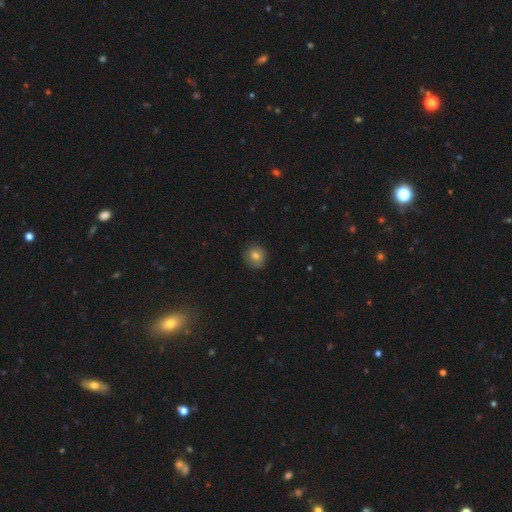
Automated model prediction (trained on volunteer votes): Smooth or featured? smooth (79%)
How rounded? round (92%)
Merging? none (88%)